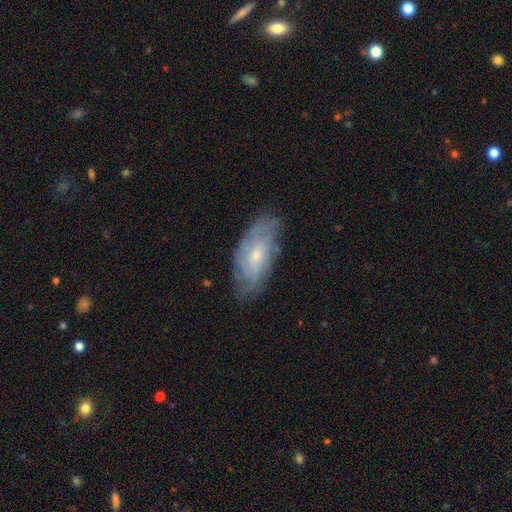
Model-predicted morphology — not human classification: A featured or disk galaxy (60%) with no bar (68%), spiral arms (78%) and a small central bulge (63%).

Vote fractions:
- Smooth or featured? featured or disk: 60% / smooth: 33% / star or artifact: 7%
- Edge-on disk? no: 88% / yes: 12%
- Bar? no: 68% / weak: 28% / strong: 4%
- Spiral arms? yes: 78% / no: 22%
- Bulge size? small: 63% / moderate: 32% / none: 3% / large: 2% / dominant: 1%
- Merging? none: 71% / minor disturbance: 21% / major disturbance: 6% / merger: 1%